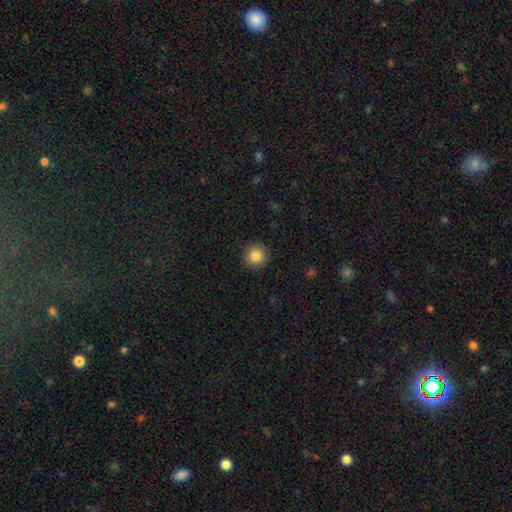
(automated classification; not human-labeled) The model was most divided on "smooth or featured": smooth: 86%, star or artifact: 10%, featured or disk: 5%. More confident: how rounded — round (95%); merging — none (91%).